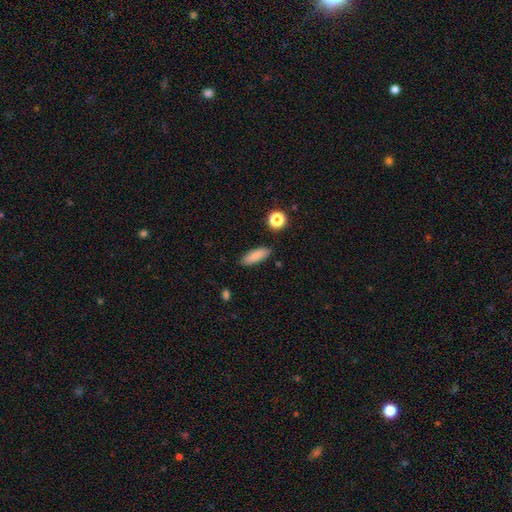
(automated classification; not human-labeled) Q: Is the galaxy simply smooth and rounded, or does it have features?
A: smooth — 86%.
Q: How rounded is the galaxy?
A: in between — 59%.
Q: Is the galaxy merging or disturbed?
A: none — 87%.